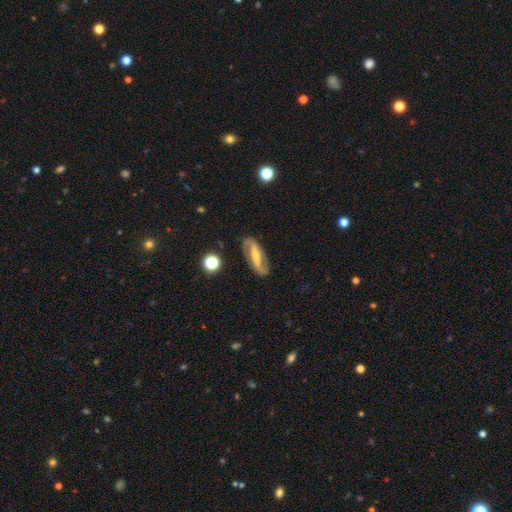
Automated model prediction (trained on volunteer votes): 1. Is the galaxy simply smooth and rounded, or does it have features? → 80% featured or disk, 14% smooth, 6% star or artifact.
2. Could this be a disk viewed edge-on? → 90% no, 10% yes.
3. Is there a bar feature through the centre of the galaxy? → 60% strong, 26% weak, 14% no.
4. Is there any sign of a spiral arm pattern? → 92% yes, 8% no.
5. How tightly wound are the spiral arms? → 41% medium, 39% loose, 20% tight.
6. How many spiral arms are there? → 91% 2, 4% can't tell, 2% 1, 1% 3, 1% 4, 1% more than 4.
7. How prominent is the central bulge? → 45% small, 37% moderate, 10% none, 6% large, 2% dominant.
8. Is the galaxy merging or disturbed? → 82% none, 12% minor disturbance, 5% major disturbance, 2% merger.